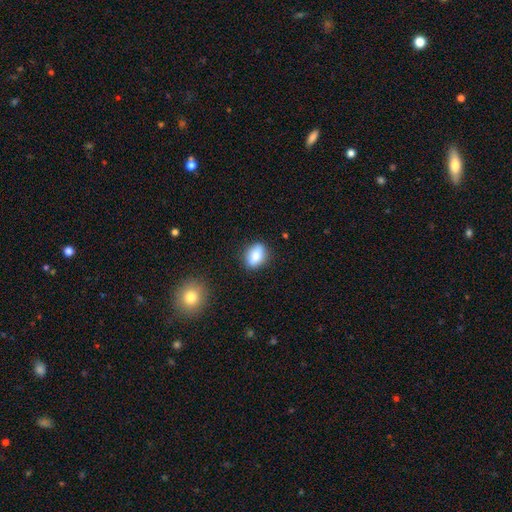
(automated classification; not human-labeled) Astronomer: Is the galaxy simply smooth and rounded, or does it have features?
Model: smooth — 77%.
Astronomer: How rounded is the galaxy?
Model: in between — 73%.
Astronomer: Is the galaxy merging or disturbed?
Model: none — 84%.